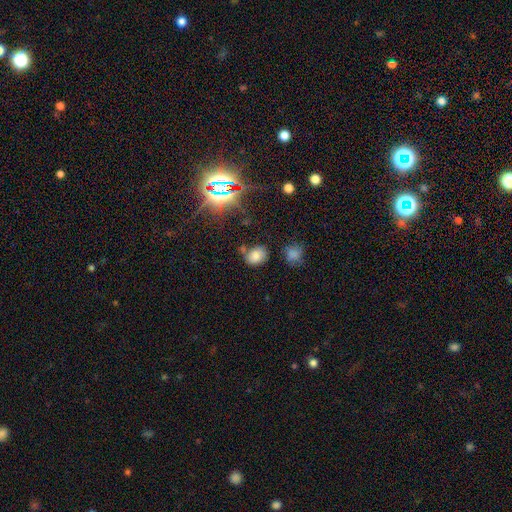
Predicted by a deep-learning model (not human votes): A smooth galaxy with no disk features (71%) that is in between round and cigar-shaped (58%).

Vote fractions:
- Smooth or featured? smooth: 71% / star or artifact: 18% / featured or disk: 11%
- How rounded? in between: 58% / round: 41% / cigar-shaped: 1%
- Merging? none: 69% / minor disturbance: 17% / merger: 9% / major disturbance: 5%